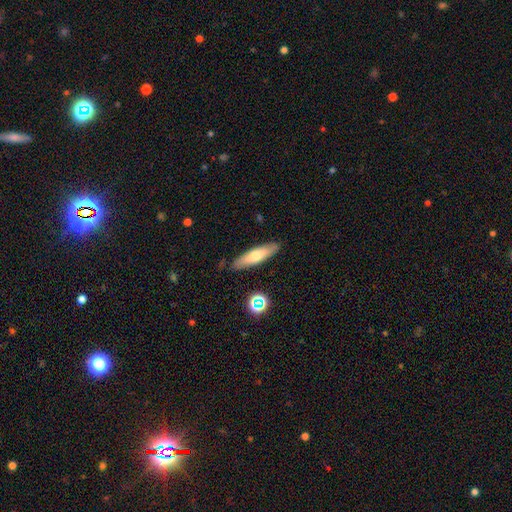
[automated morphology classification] Smooth or featured? Predicted: smooth (p=0.62). How rounded? Predicted: cigar-shaped (p=0.68). Merging? Predicted: none (p=0.85).